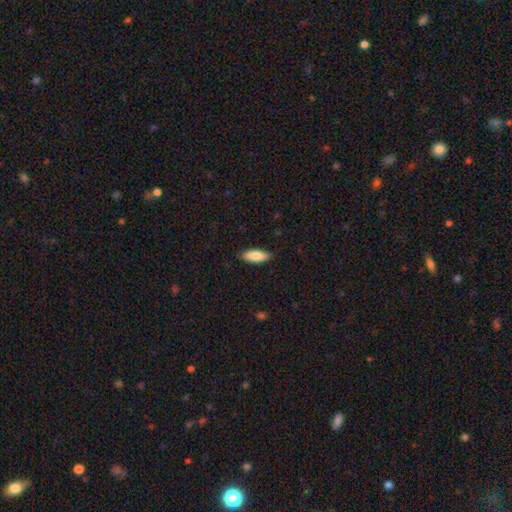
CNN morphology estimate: This is clearly a smooth galaxy (82%). How rounded: likely in between (76%). Merging: clearly none (89%).